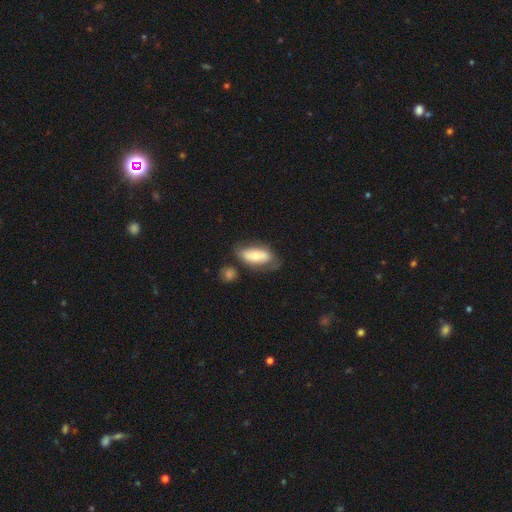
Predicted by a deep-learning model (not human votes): Smooth or featured?
  - smooth: 58% *
  - featured or disk: 35%
  - star or artifact: 6%
How rounded?
  - in between: 82% *
  - cigar-shaped: 15%
  - round: 3%
Merging?
  - none: 60% *
  - minor disturbance: 22%
  - major disturbance: 9%
  - merger: 9%